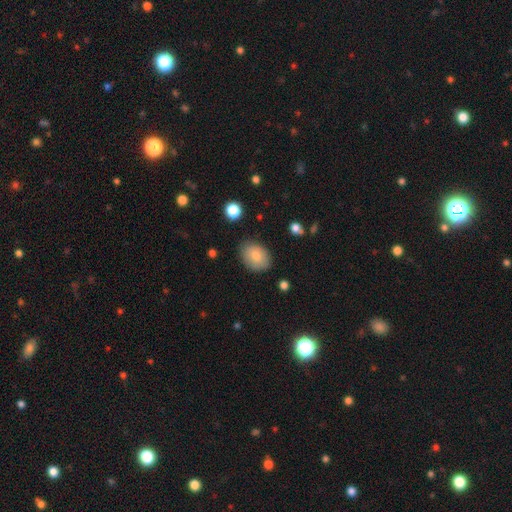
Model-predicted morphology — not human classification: The model was most divided on "how rounded": in between: 74%, round: 25%, cigar-shaped: 1%. More confident: smooth or featured — smooth (82%); merging — none (79%).